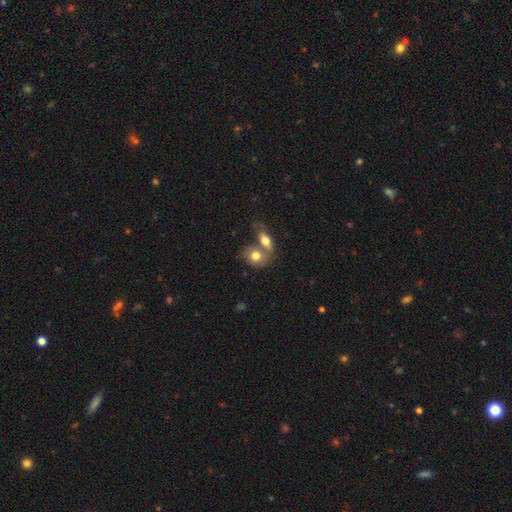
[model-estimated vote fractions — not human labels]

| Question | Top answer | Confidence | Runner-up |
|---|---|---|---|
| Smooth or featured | smooth | 75% | featured or disk (18%) |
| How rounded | in between | 59% | round (38%) |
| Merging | merger | 60% | none (27%) |